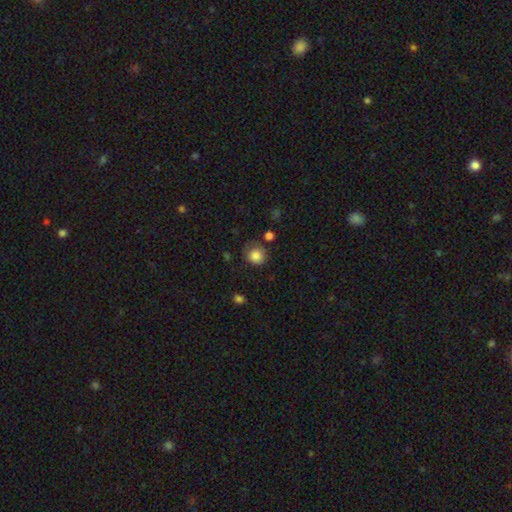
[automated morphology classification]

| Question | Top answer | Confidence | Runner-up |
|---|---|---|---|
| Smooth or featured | smooth | 84% | star or artifact (9%) |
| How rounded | round | 85% | in between (14%) |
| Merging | none | 61% | minor disturbance (25%) |